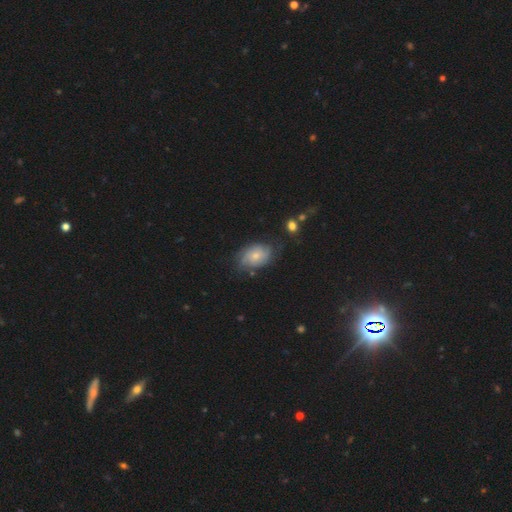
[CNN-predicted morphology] Overall: featured or disk (49%; smooth 43%). Merging: none (65%).